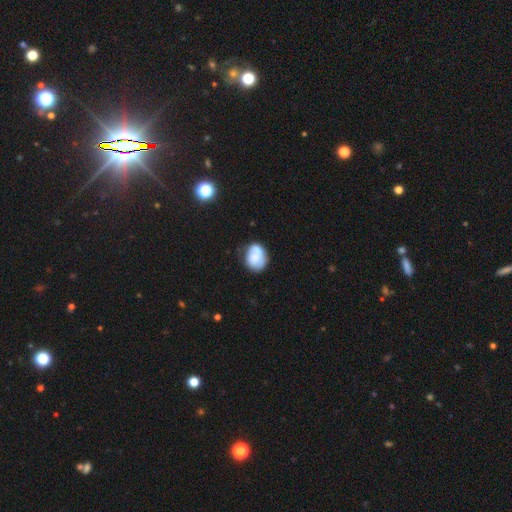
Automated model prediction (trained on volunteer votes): A smooth galaxy with no disk features (71%) that is in between round and cigar-shaped (52%). Merging: none (53%).